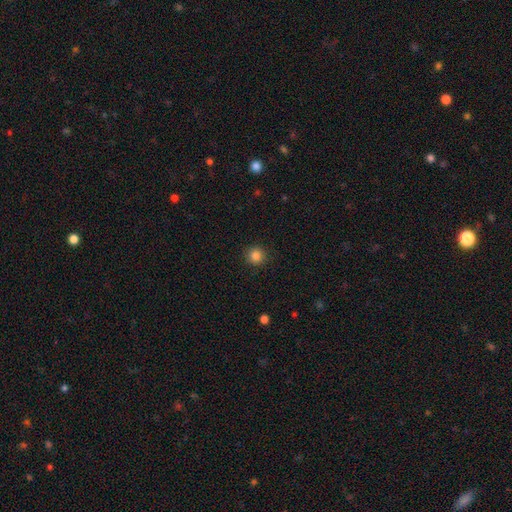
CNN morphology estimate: smooth 85%, star or artifact 11%, featured or disk 4%. Down the decision tree: how rounded — round (94%); merging — none (92%).